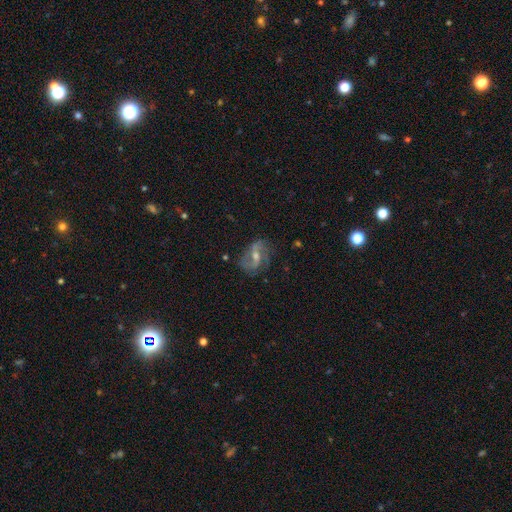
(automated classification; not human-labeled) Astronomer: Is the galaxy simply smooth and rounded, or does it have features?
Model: featured or disk — 80%.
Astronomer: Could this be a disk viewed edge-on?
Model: no — 96%.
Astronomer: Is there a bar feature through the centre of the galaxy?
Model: weak — 48% (runner-up: strong, 29%).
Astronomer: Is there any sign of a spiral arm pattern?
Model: yes — 93%.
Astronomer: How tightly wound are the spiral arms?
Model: medium — 44% (runner-up: loose, 40%).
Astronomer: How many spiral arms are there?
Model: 2 — 73%.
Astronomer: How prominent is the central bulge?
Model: moderate — 56% (runner-up: small, 36%).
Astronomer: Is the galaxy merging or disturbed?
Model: none — 72%.